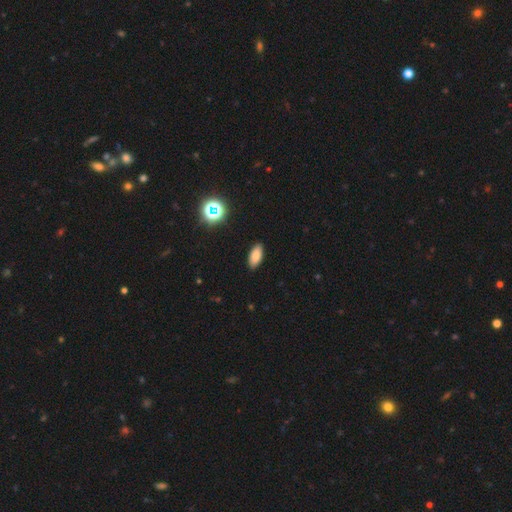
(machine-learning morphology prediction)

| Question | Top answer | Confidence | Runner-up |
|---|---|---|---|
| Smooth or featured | smooth | 81% | star or artifact (11%) |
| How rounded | in between | 89% | cigar-shaped (8%) |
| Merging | none | 89% | minor disturbance (8%) |